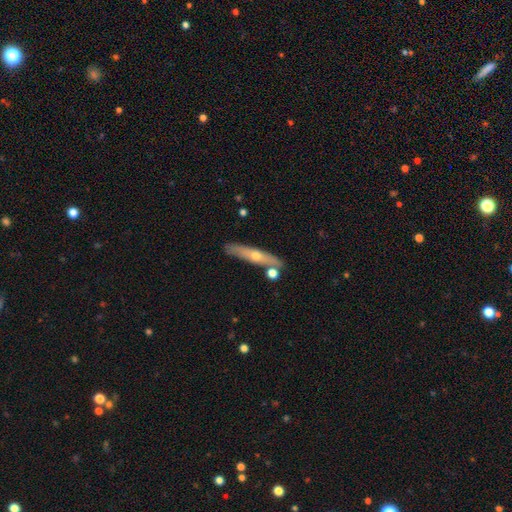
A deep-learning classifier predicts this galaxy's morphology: Overall: featured or disk (55%; smooth 38%). Edge-on disk: yes (85%). Merging: none (80%).